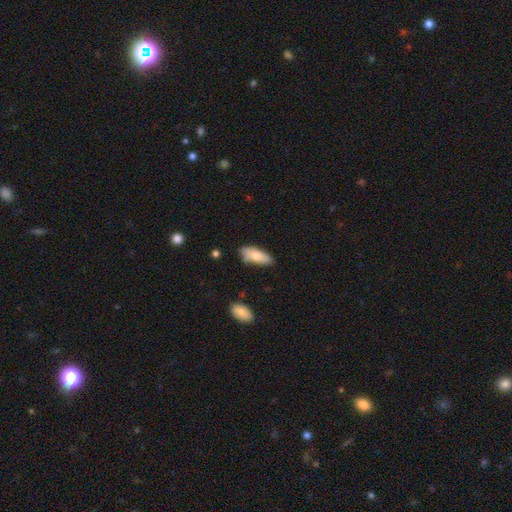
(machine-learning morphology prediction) smooth_or_featured: smooth (p=0.76) [alt: featured or disk p=0.17]
how_rounded: in between (p=0.79) [alt: cigar-shaped p=0.19]
merging: none (p=0.62) [alt: minor disturbance p=0.28]